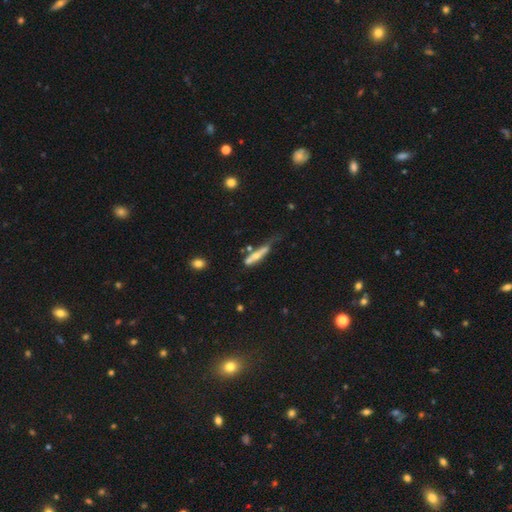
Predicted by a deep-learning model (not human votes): smooth 54%, featured or disk 39%, star or artifact 7%. Down the decision tree: how rounded — cigar-shaped (84%); merging — none (38%).